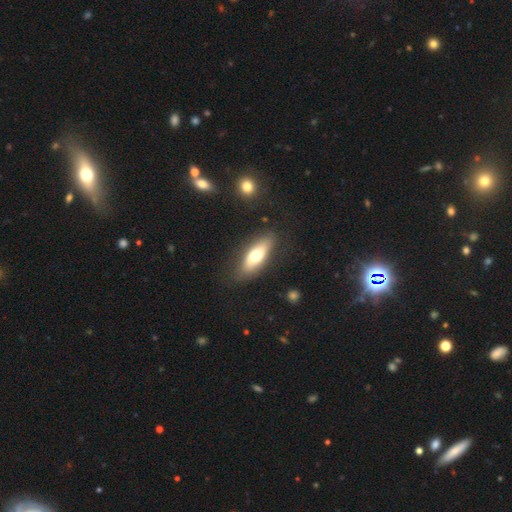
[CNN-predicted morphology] Q: Smooth or featured?
A: smooth (63%); runner-up: featured or disk (31%)
Q: How rounded?
A: in between (64%); runner-up: cigar-shaped (33%)
Q: Merging?
A: none (81%); runner-up: minor disturbance (14%)